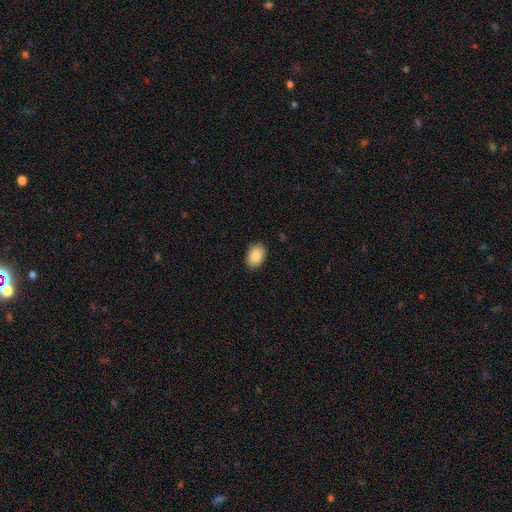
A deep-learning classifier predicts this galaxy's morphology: Smooth or featured: smooth — 87% (star or artifact — 7%)
How rounded: in between — 84% (round — 15%)
Merging: none — 88% (minor disturbance — 9%)